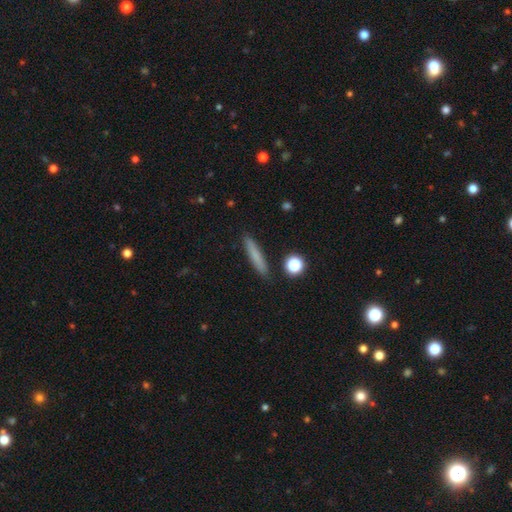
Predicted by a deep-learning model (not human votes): Smooth or featured? smooth (76%)
How rounded? cigar-shaped (92%)
Merging? none (89%)